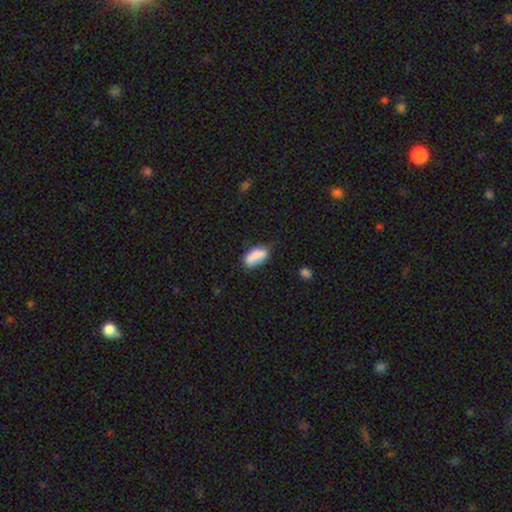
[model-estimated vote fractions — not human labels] A smooth galaxy with no disk features (83%) that is in between round and cigar-shaped (90%). Merging: none (55%).